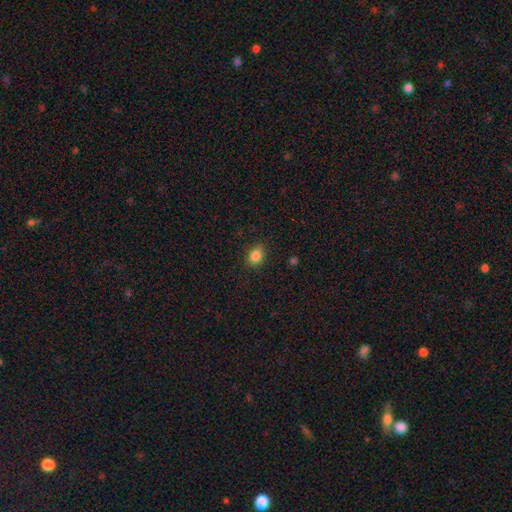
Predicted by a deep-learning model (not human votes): A smooth galaxy with no disk features (84%) that is in between round and cigar-shaped (57%).

Vote fractions:
- Smooth or featured? smooth: 84% / star or artifact: 10% / featured or disk: 5%
- How rounded? in between: 57% / round: 42% / cigar-shaped: 1%
- Merging? none: 85% / minor disturbance: 12% / major disturbance: 3% / merger: 1%